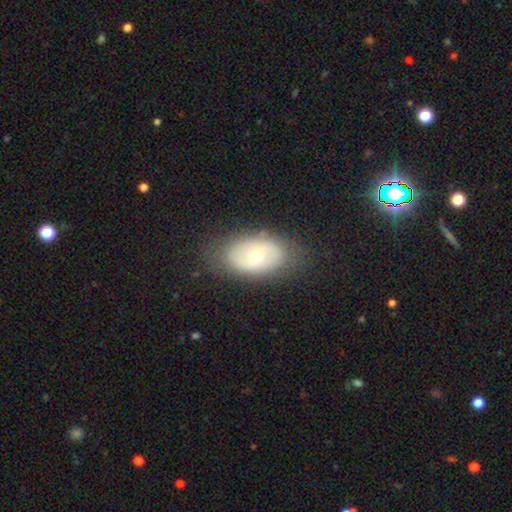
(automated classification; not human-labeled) Smooth or featured? Predicted: featured or disk (p=0.47). Merging? Predicted: none (p=0.79).